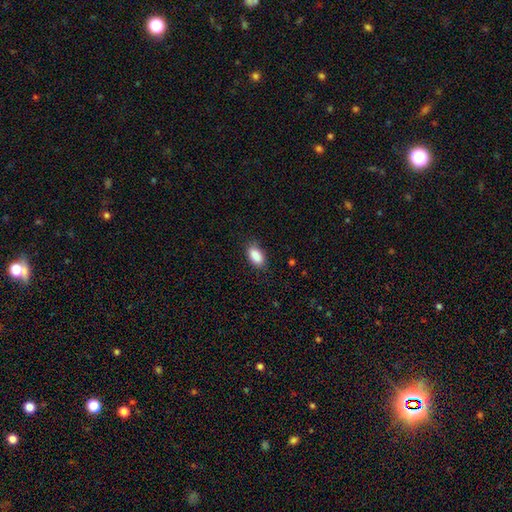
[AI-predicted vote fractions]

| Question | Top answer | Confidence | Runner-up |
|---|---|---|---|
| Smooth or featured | smooth | 89% | star or artifact (7%) |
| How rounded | in between | 92% | round (4%) |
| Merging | none | 81% | minor disturbance (15%) |